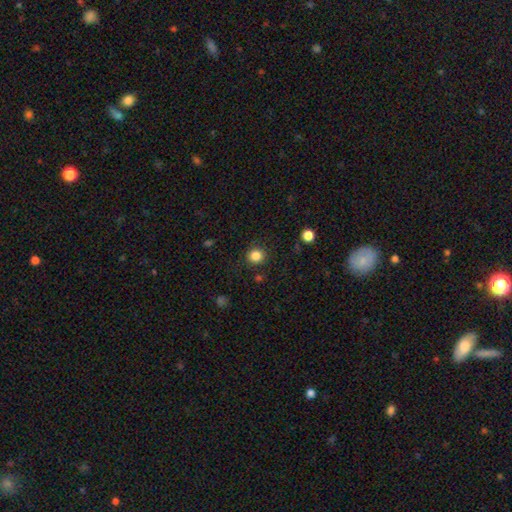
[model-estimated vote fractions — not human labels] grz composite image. It shows a smooth galaxy with no disk features (84%) that is round (91%). Merging: none (89%).